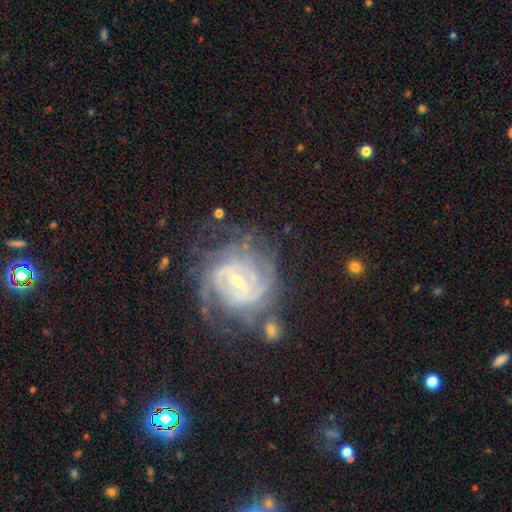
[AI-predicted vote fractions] Smooth or featured?
  - featured or disk: 78% *
  - star or artifact: 13%
  - smooth: 9%
Edge-on disk?
  - no: 97% *
  - yes: 3%
Bar?
  - weak: 45% *
  - no: 32%
  - strong: 23%
Spiral arms?
  - yes: 95% *
  - no: 5%
Spiral winding?
  - tight: 62% *
  - medium: 31%
  - loose: 8%
Spiral arm count?
  - can't tell: 29% * (tied)
  - 2: 29% * (tied)
  - 3: 18%
  - 4: 10%
  - more than 4: 7%
  - 1: 7%
Bulge size?
  - small: 67% *
  - moderate: 28%
  - none: 2%
  - large: 2%
  - dominant: 1%
Merging?
  - none: 72% *
  - minor disturbance: 15%
  - major disturbance: 10%
  - merger: 3%